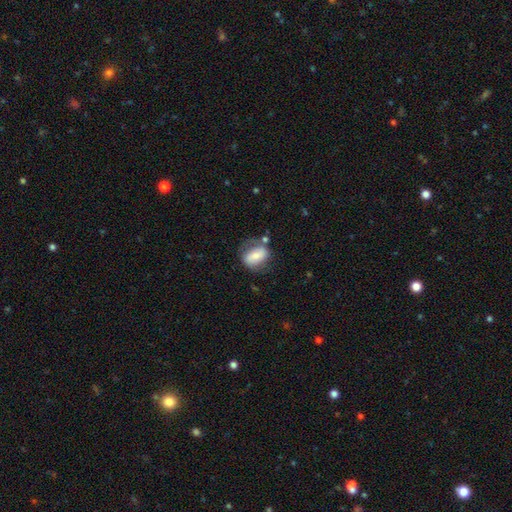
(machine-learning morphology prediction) Smooth or featured: smooth — 59% (featured or disk — 34%)
How rounded: in between — 74% (round — 24%)
Merging: none — 55% (minor disturbance — 24%)